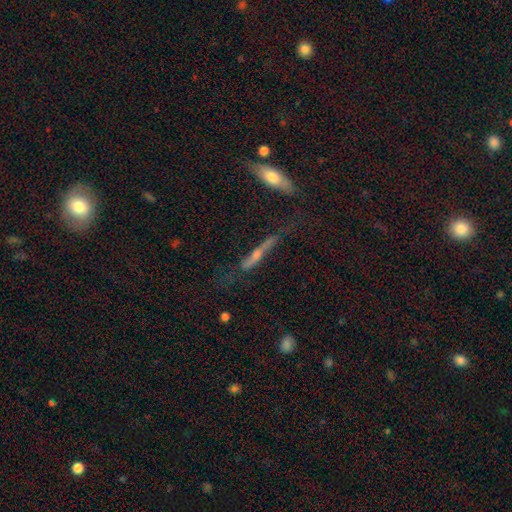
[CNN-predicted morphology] Overall: featured or disk (59%; smooth 29%). Edge-on disk: yes (80%). Merging: none (53%; minor disturbance 22%).